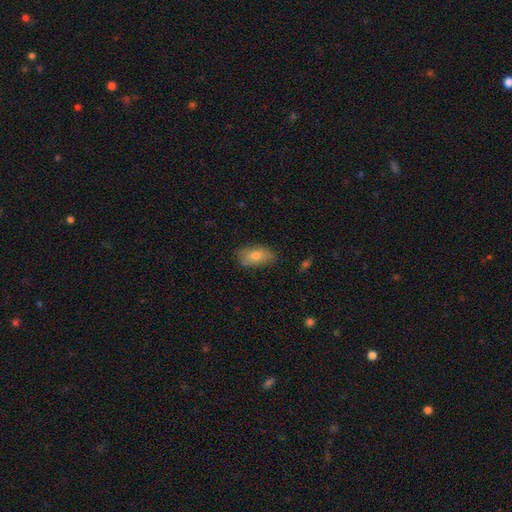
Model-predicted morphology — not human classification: Smooth or featured: smooth — 76% (featured or disk — 16%)
How rounded: in between — 89% (round — 6%)
Merging: none — 78% (minor disturbance — 17%)